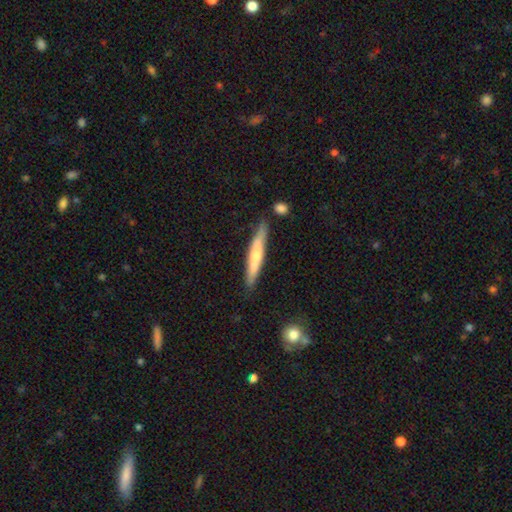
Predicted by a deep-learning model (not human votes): Smooth or featured? smooth (48%)
Merging? none (85%)